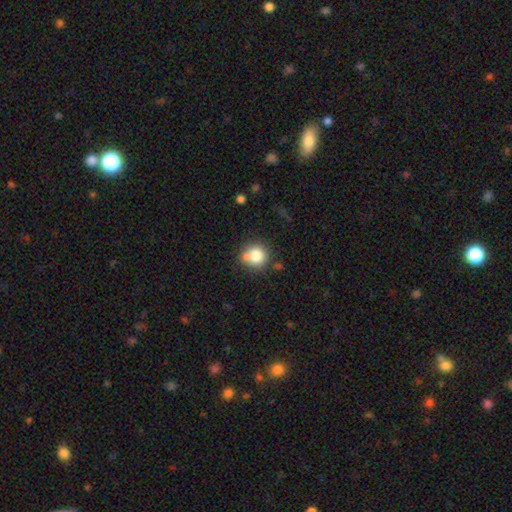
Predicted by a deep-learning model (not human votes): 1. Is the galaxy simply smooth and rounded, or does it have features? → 80% smooth, 11% star or artifact, 9% featured or disk.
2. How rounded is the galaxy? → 89% round, 10% in between, 1% cigar-shaped.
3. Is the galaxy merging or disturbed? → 68% none, 16% minor disturbance, 12% merger, 5% major disturbance.